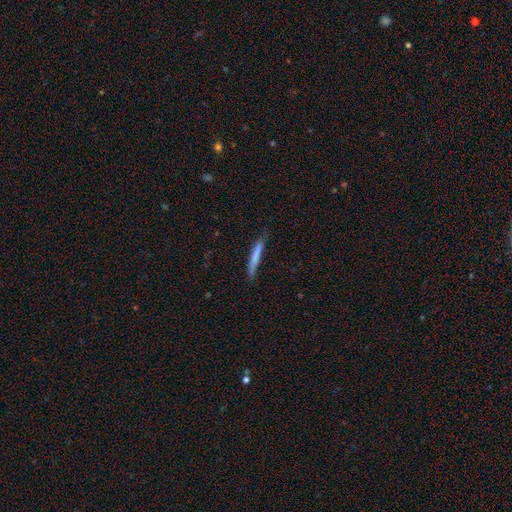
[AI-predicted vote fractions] This appears to be a smooth galaxy with no disk features (71%) that is cigar-shaped (95%). Merging: none (73%).